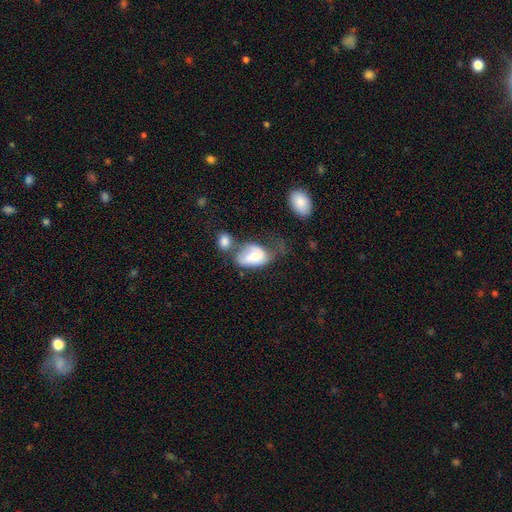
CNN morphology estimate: Smooth or featured: smooth — 60% (featured or disk — 33%)
How rounded: in between — 88% (round — 10%)
Merging: merger — 32% (major disturbance — 30%)